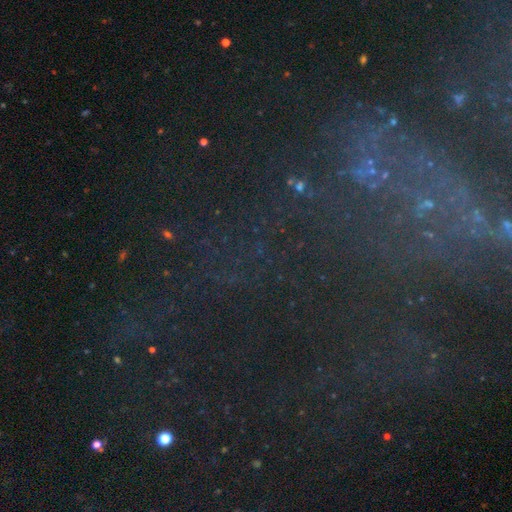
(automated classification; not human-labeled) Overall: star or artifact (65%).